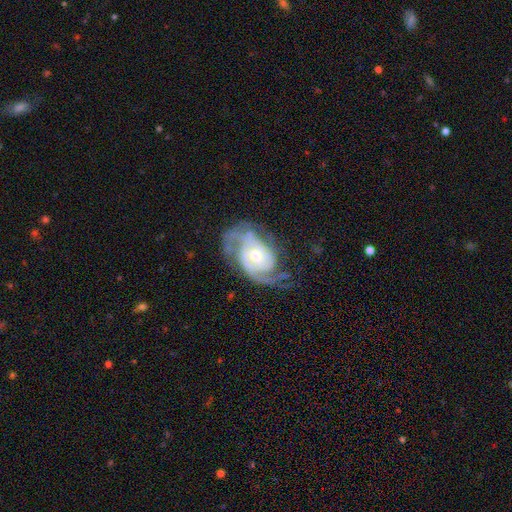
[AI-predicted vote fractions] Morphology: type=featured or disk (90%); edge-on=no (97%); bar=no (58%); spiral arms=yes (97%); winding=tight (49%); arm count=2 (55%); bulge=moderate (57%); merging=none (61%).